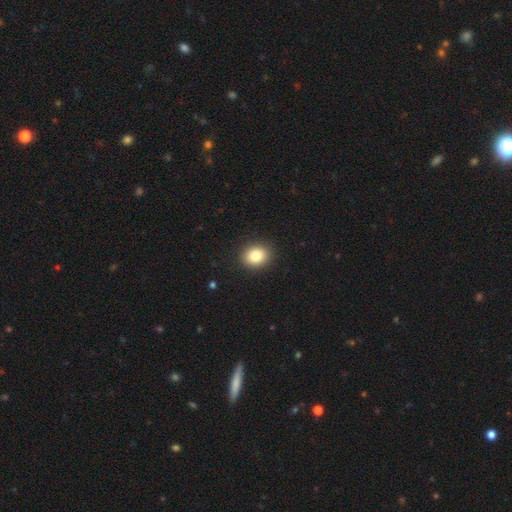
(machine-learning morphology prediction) This appears to be a smooth galaxy with no disk features (84%) that is round (51%). Merging: none (91%).